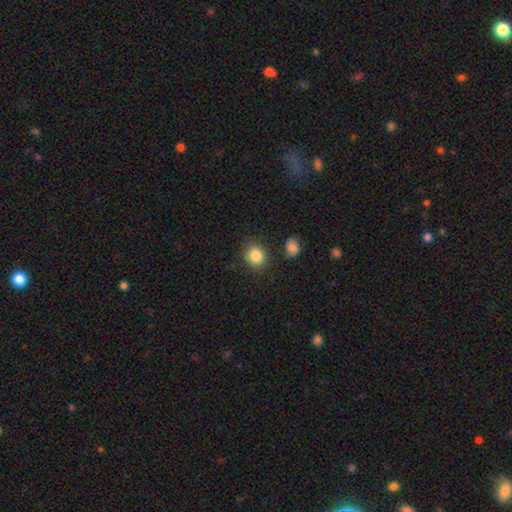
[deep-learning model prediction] A smooth galaxy with no disk features (85%) that is round (78%). Merging: none (84%).